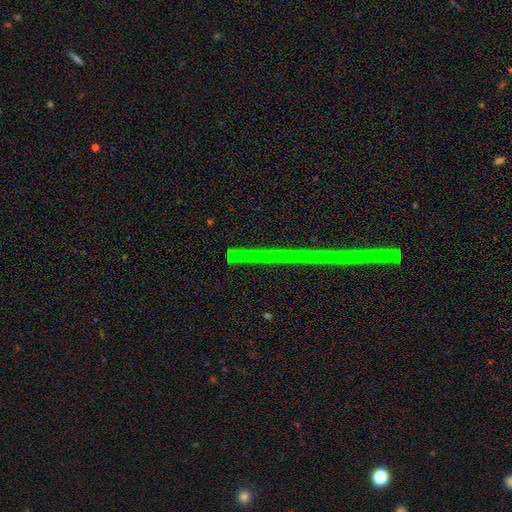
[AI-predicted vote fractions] Smooth or featured: star or artifact — 79% (featured or disk — 13%)